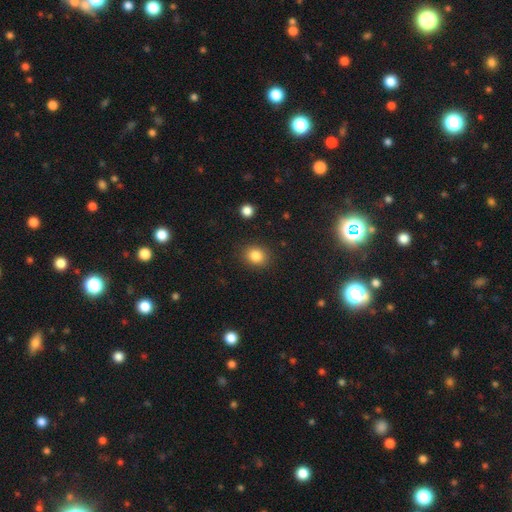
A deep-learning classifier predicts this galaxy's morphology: smooth 84%, star or artifact 10%, featured or disk 5%. Down the decision tree: how rounded — round (65%); merging — none (88%).